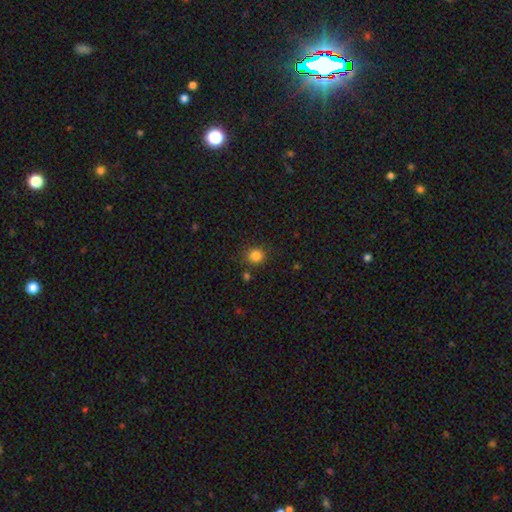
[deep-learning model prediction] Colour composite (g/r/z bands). It shows a smooth galaxy with no disk features (84%) that is round (88%). Merging: none (85%).